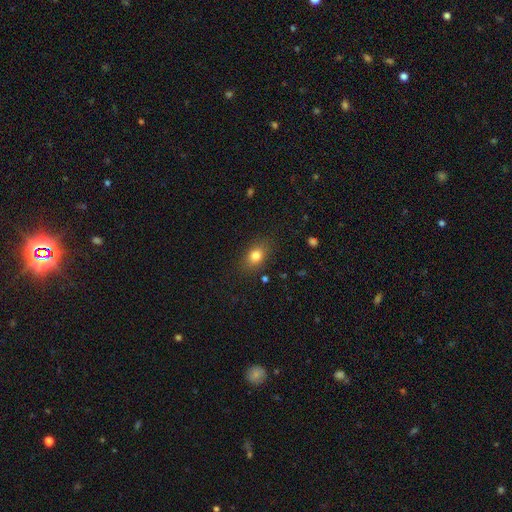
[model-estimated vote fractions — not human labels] Smooth or featured: smooth — 80% (star or artifact — 11%)
How rounded: in between — 73% (round — 25%)
Merging: none — 84% (minor disturbance — 12%)